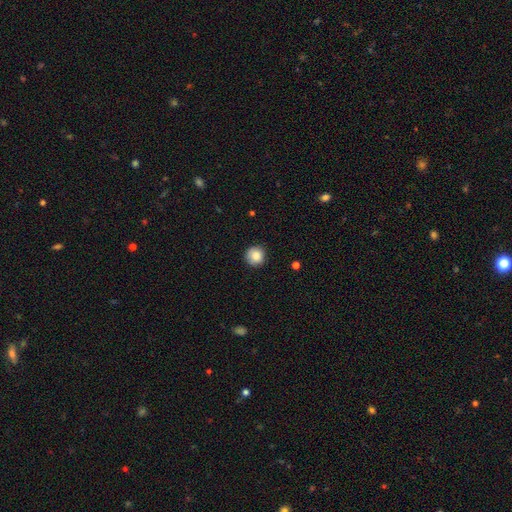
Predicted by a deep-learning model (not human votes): Q: Smooth or featured?
A: smooth (86%); runner-up: star or artifact (9%)
Q: How rounded?
A: round (93%); runner-up: in between (6%)
Q: Merging?
A: none (85%); runner-up: minor disturbance (12%)